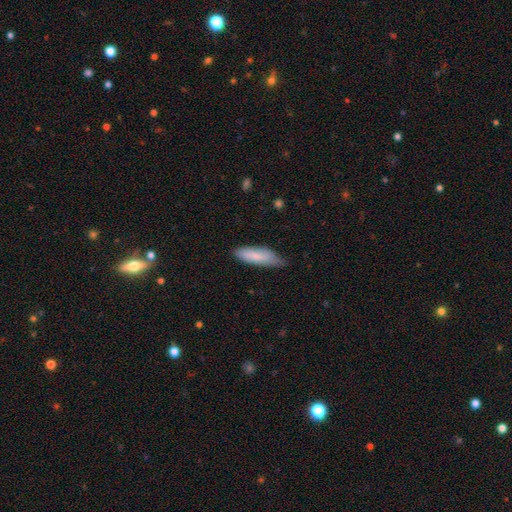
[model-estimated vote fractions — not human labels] A smooth galaxy with no disk features (81%) that is cigar-shaped (60%). Merging: none (62%).